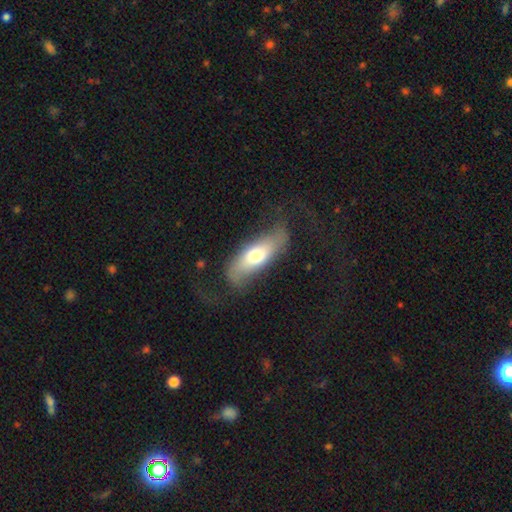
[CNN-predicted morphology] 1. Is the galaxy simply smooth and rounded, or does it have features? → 57% smooth, 36% featured or disk, 7% star or artifact.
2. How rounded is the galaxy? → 67% in between, 30% cigar-shaped, 3% round.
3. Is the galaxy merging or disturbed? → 56% none, 24% minor disturbance, 18% major disturbance, 2% merger.